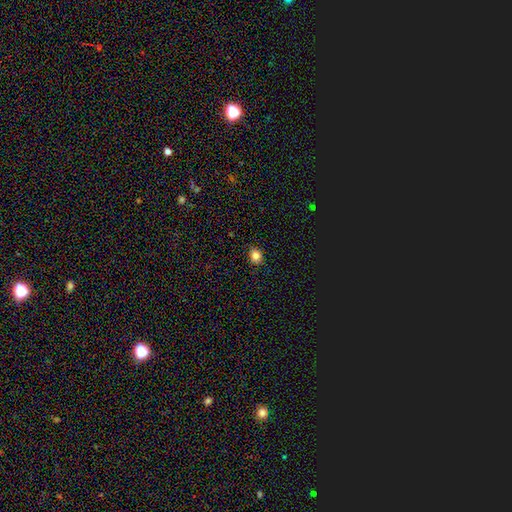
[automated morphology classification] A smooth galaxy with no disk features (83%) that is round (62%).

Vote fractions:
- Smooth or featured? smooth: 83% / star or artifact: 12% / featured or disk: 5%
- How rounded? round: 62% / in between: 37% / cigar-shaped: 1%
- Merging? none: 86% / minor disturbance: 11% / major disturbance: 2% / merger: 1%